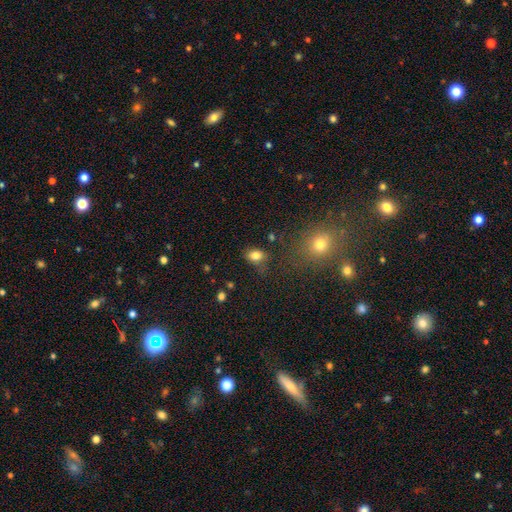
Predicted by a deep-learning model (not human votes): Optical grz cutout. It shows a smooth galaxy with no disk features (81%) that is in between round and cigar-shaped (70%). Merging: none (68%).